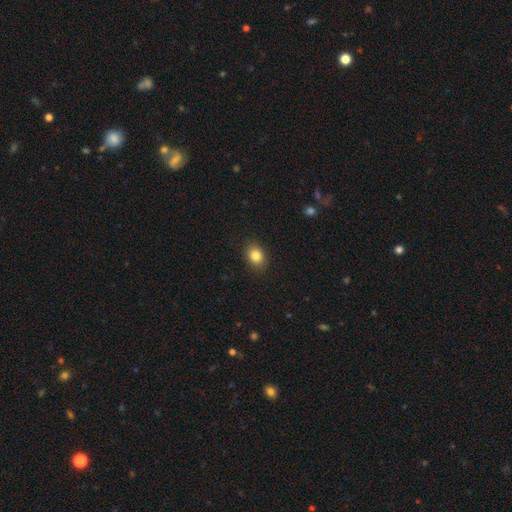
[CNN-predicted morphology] smooth_or_featured: smooth (p=0.84) [alt: star or artifact p=0.10]
how_rounded: in between (p=0.57) [alt: round p=0.42]
merging: none (p=0.88) [alt: minor disturbance p=0.08]